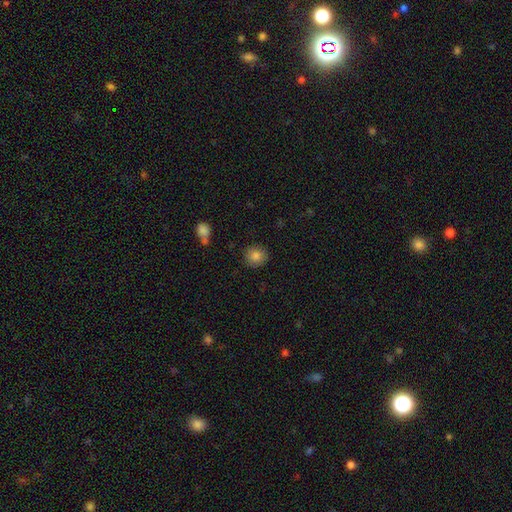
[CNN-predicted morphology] A smooth galaxy with no disk features (84%) that is round (88%).

Vote fractions:
- Smooth or featured? smooth: 84% / star or artifact: 9% / featured or disk: 6%
- How rounded? round: 88% / in between: 11% / cigar-shaped: 1%
- Merging? none: 87% / minor disturbance: 9% / major disturbance: 2% / merger: 2%